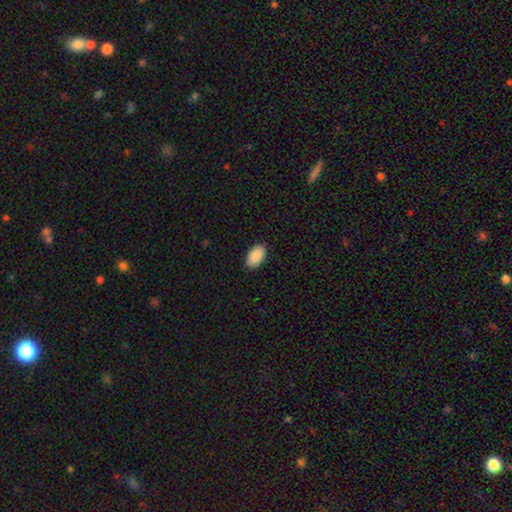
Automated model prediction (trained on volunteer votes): A smooth galaxy with no disk features (91%) that is in between round and cigar-shaped (94%).

Vote fractions:
- Smooth or featured? smooth: 91% / star or artifact: 6% / featured or disk: 3%
- How rounded? in between: 94% / round: 5% / cigar-shaped: 1%
- Merging? none: 90% / minor disturbance: 7% / major disturbance: 2% / merger: 1%